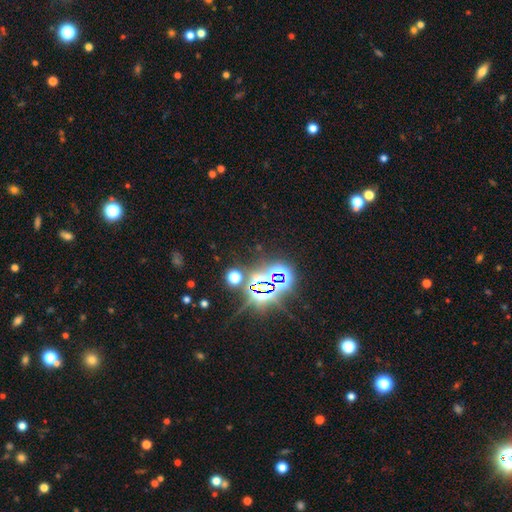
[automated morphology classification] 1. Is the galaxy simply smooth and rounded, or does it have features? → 81% star or artifact, 11% smooth, 8% featured or disk.